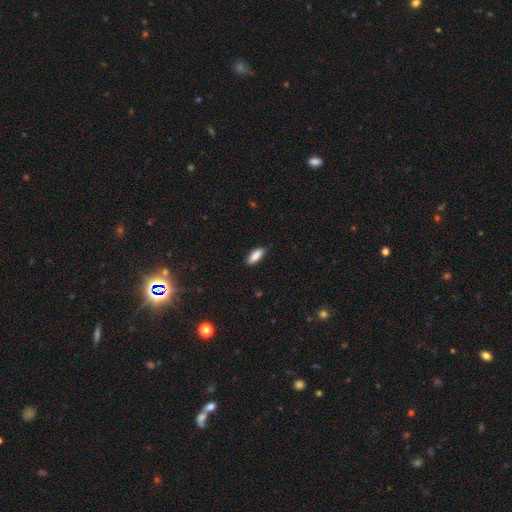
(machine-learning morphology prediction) Q: Smooth or featured?
A: smooth (88%); runner-up: star or artifact (7%)
Q: How rounded?
A: in between (67%); runner-up: cigar-shaped (31%)
Q: Merging?
A: none (85%); runner-up: minor disturbance (11%)